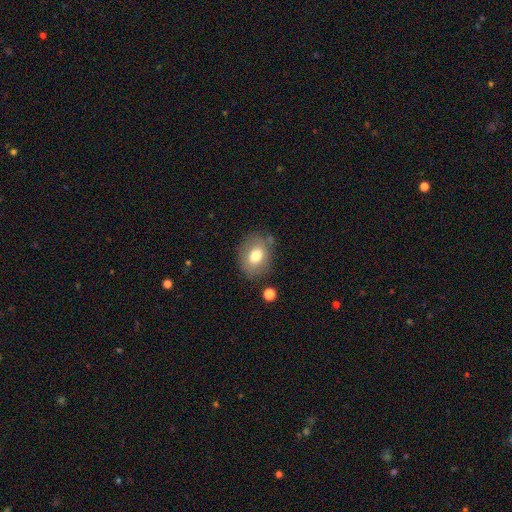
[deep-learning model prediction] smooth 75%, featured or disk 16%, star or artifact 9%. Down the decision tree: how rounded — in between (61%); merging — none (77%).